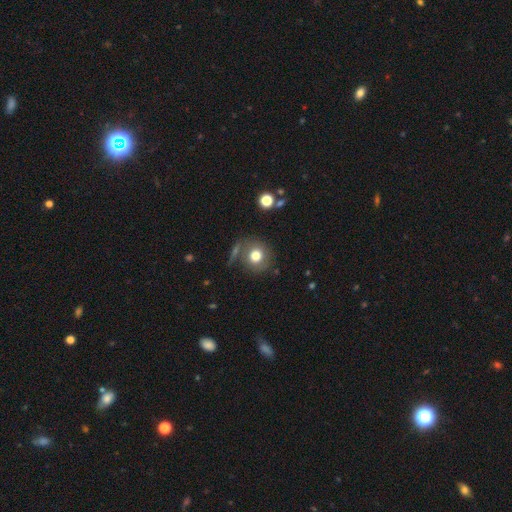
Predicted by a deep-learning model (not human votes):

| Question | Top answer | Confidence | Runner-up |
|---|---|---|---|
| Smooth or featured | smooth | 75% | featured or disk (14%) |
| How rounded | round | 86% | in between (13%) |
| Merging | none | 73% | minor disturbance (13%) |